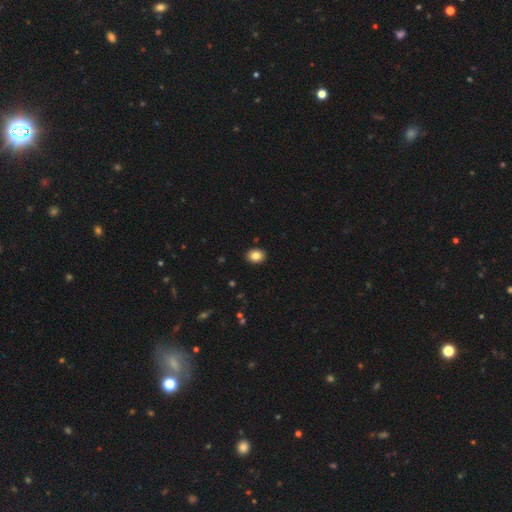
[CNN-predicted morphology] smooth-or-featured: smooth: 85% | star or artifact: 9% | featured or disk: 6%
  how-rounded: in between: 62% | round: 37% | cigar-shaped: 1%
  merging: none: 91% | minor disturbance: 6% | major disturbance: 2% | merger: 1%